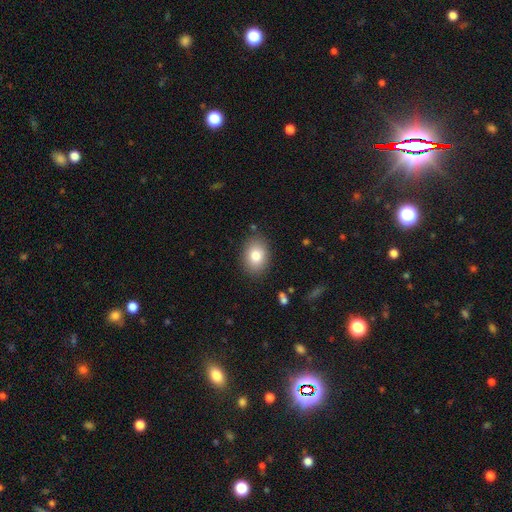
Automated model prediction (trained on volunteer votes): A smooth galaxy with no disk features (81%) that is in between round and cigar-shaped (73%).

Vote fractions:
- Smooth or featured? smooth: 81% / featured or disk: 10% / star or artifact: 8%
- How rounded? in between: 73% / round: 26% / cigar-shaped: 1%
- Merging? none: 87% / minor disturbance: 9% / major disturbance: 3% / merger: 1%